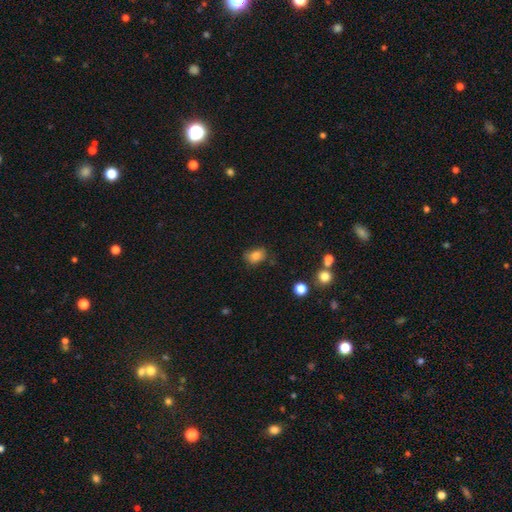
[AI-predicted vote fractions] Smooth or featured: smooth — 82% (star or artifact — 11%)
How rounded: in between — 72% (round — 26%)
Merging: none — 64% (minor disturbance — 25%)